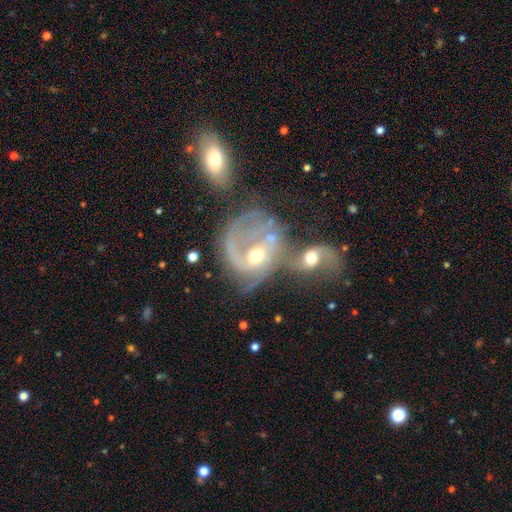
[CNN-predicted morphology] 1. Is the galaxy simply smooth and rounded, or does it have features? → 72% featured or disk, 19% smooth, 9% star or artifact.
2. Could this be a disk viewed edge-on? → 97% no, 3% yes.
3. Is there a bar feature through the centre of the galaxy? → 65% no, 28% weak, 7% strong.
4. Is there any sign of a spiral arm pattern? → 77% yes, 23% no.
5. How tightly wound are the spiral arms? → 40% loose, 38% medium, 22% tight.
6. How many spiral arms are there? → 43% 2, 25% 1, 22% can't tell, 6% 3, 2% 4, 2% more than 4.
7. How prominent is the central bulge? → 68% moderate, 20% small, 7% large, 3% none, 2% dominant.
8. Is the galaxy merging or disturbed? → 71% merger, 13% major disturbance, 10% none, 6% minor disturbance.